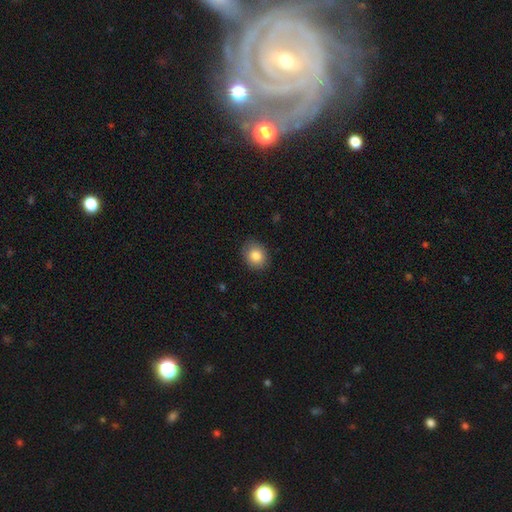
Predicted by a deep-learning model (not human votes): Smooth or featured?
  - smooth: 84% *
  - star or artifact: 9%
  - featured or disk: 7%
How rounded?
  - round: 60% *
  - in between: 39%
  - cigar-shaped: 1%
Merging?
  - none: 88% *
  - minor disturbance: 9%
  - major disturbance: 2%
  - merger: 1%